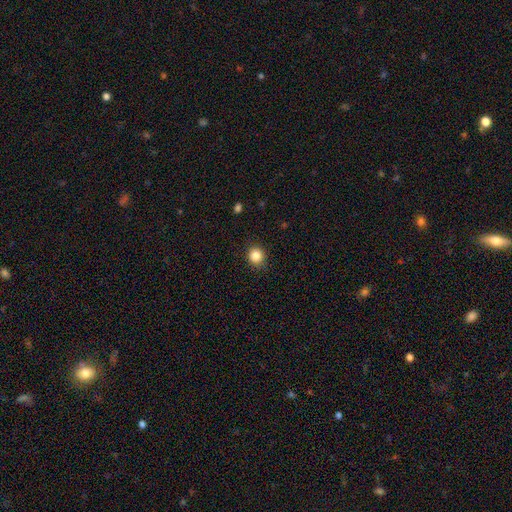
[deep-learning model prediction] Smooth or featured? smooth (86%)
How rounded? round (84%)
Merging? none (88%)